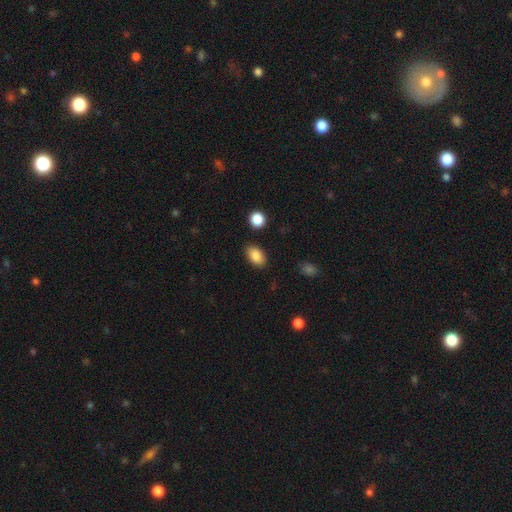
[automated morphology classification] smooth 87%, star or artifact 8%, featured or disk 5%. Down the decision tree: how rounded — in between (90%); merging — none (85%).